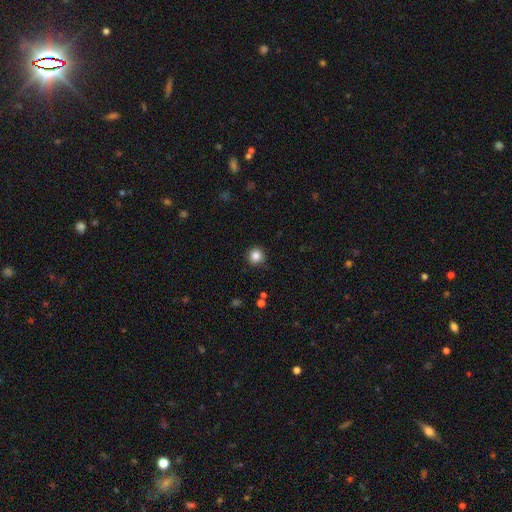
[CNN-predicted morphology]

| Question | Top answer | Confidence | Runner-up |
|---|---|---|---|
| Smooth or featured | smooth | 84% | star or artifact (11%) |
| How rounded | round | 94% | in between (5%) |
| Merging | none | 88% | minor disturbance (9%) |